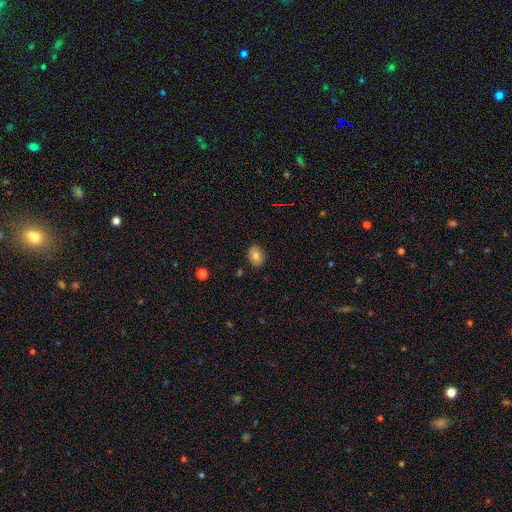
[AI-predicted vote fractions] A smooth galaxy with no disk features (78%) that is in between round and cigar-shaped (73%). Merging: none (86%).